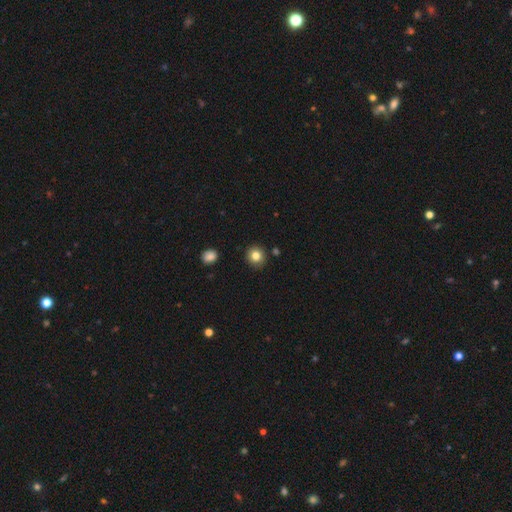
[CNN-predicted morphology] type=smooth (82%); roundness=round (90%); merging=none (89%).